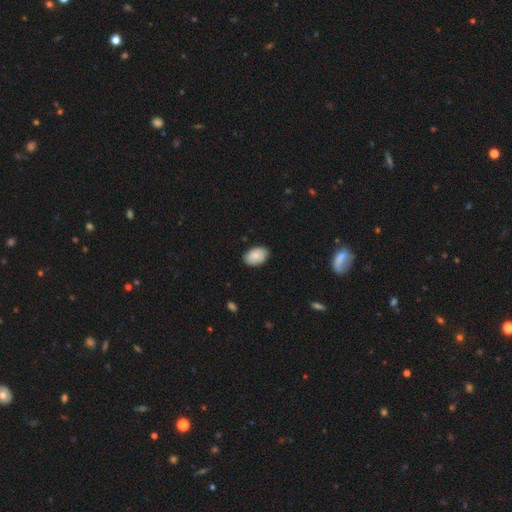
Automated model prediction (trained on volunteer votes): Morphology: type=smooth (85%); roundness=in between (87%); merging=none (83%).